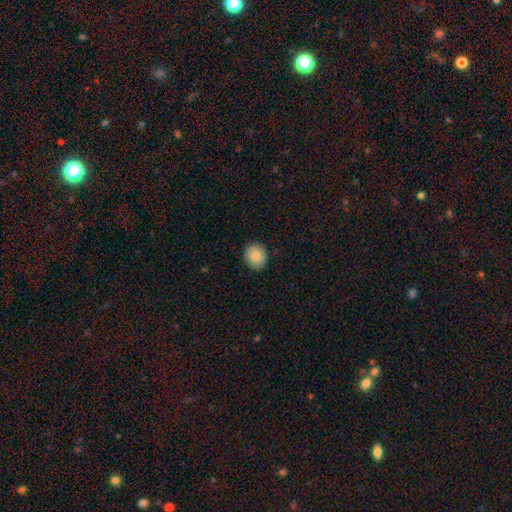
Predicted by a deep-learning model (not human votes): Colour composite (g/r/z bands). It shows a smooth galaxy with no disk features (83%) that is round (73%). Merging: none (87%).